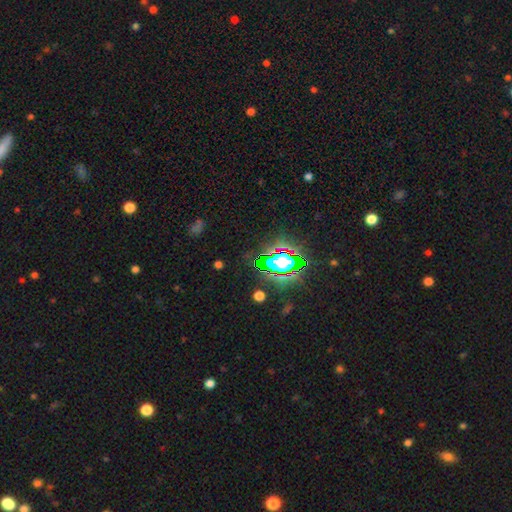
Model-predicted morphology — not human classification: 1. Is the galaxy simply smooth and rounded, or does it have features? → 82% star or artifact, 11% smooth, 8% featured or disk.